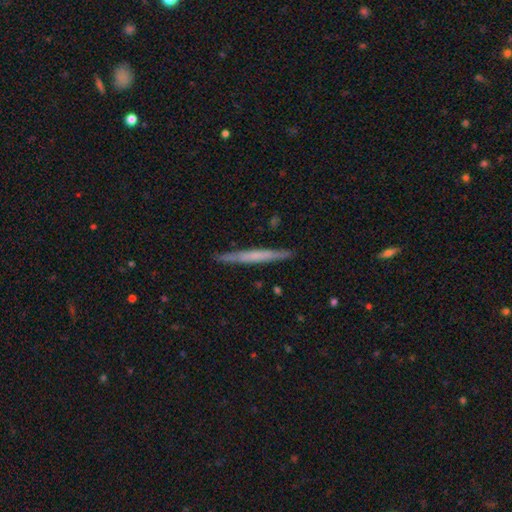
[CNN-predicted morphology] Q: Smooth or featured?
A: featured or disk (48%); runner-up: smooth (46%)
Q: Merging?
A: none (90%); runner-up: minor disturbance (8%)